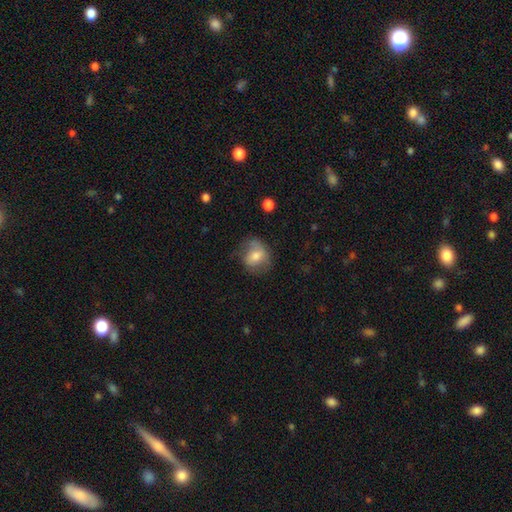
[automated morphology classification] Smooth or featured? smooth (64%)
How rounded? round (57%)
Merging? none (52%)